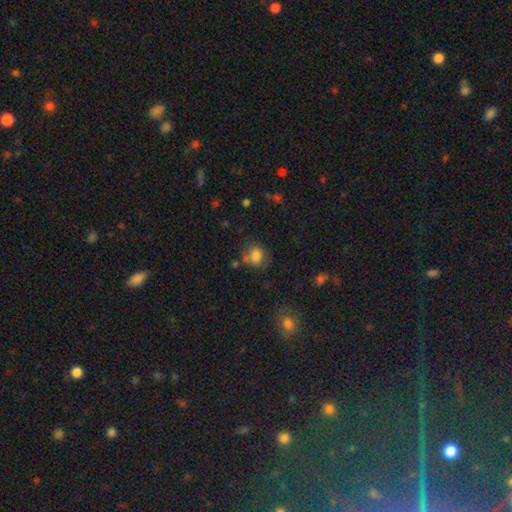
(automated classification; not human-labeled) This appears to be a smooth galaxy with no disk features (76%) that is round (64%). Merging: none (58%).